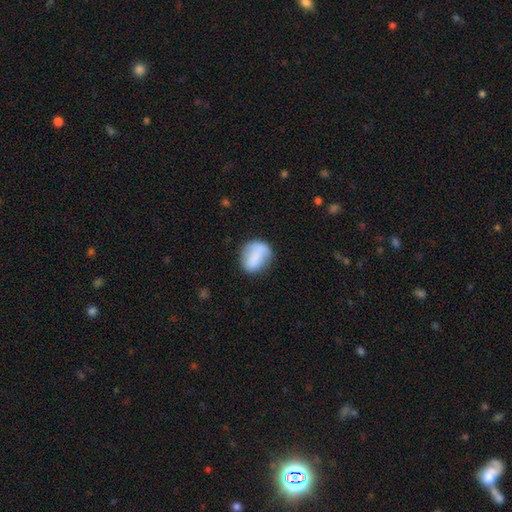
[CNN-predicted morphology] Overall: smooth (78%). How rounded: in between (50%; round 48%). Merging: none (60%; minor disturbance 26%).